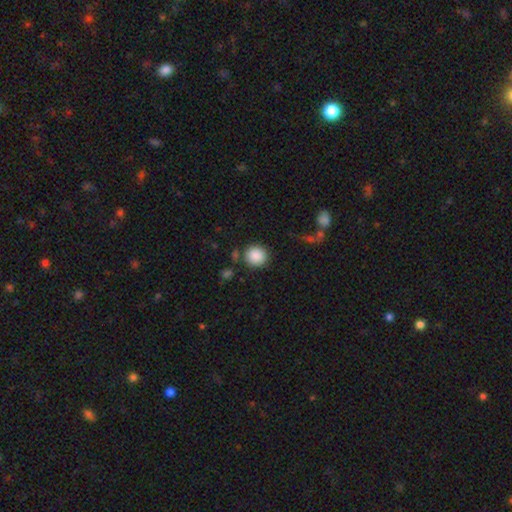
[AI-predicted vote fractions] This appears to be a smooth galaxy with no disk features (88%) that is round (91%). Merging: none (83%).